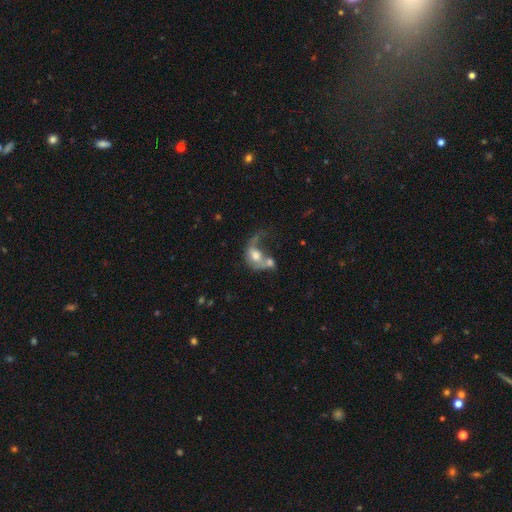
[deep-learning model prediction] Smooth or featured: featured or disk — 47% (smooth — 43%)
Merging: merger — 43% (major disturbance — 33%)